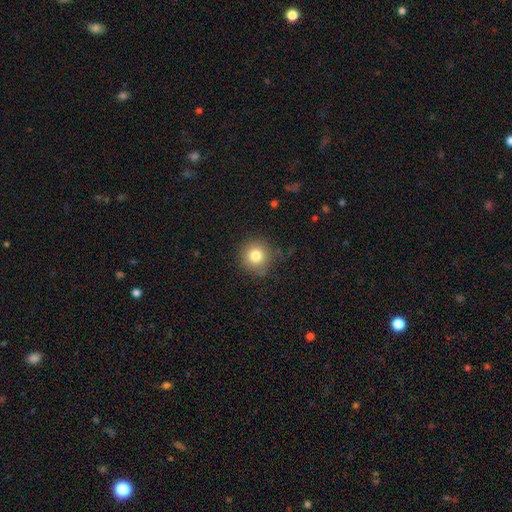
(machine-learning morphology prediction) Smooth or featured? Predicted: smooth (p=0.80). How rounded? Predicted: round (p=0.93). Merging? Predicted: none (p=0.85).